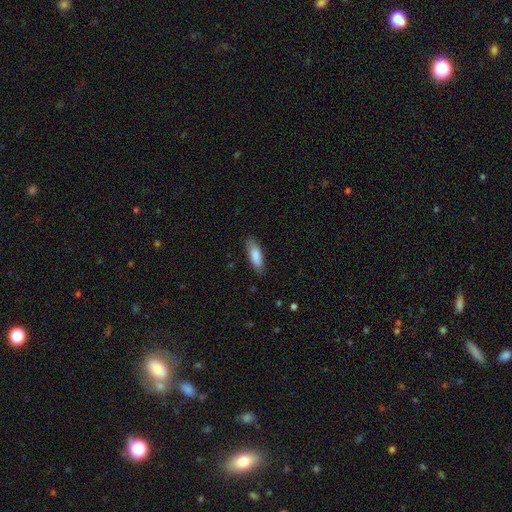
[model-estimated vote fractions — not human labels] smooth-or-featured: smooth: 86% | featured or disk: 8% | star or artifact: 6%
  how-rounded: in between: 60% | cigar-shaped: 38% | round: 2%
  merging: none: 84% | minor disturbance: 13% | major disturbance: 3% | merger: 1%